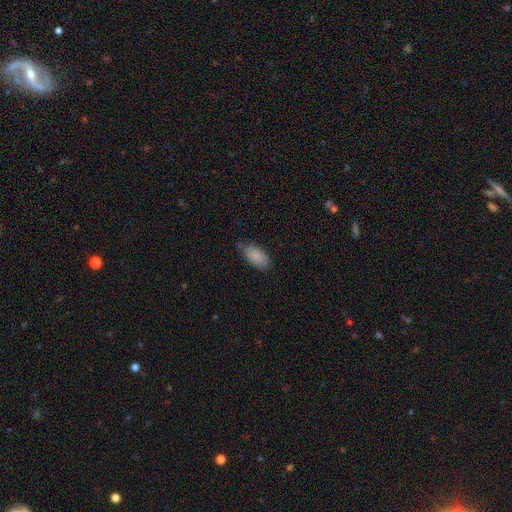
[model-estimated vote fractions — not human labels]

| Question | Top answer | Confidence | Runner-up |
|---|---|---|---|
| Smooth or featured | smooth | 87% | star or artifact (7%) |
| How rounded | in between | 94% | cigar-shaped (4%) |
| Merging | none | 70% | minor disturbance (23%) |